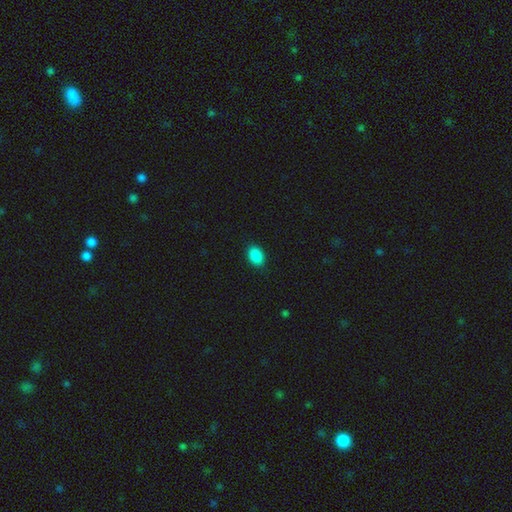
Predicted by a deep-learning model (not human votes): smooth-or-featured: smooth: 89% | star or artifact: 8% | featured or disk: 3%
  how-rounded: in between: 82% | round: 17% | cigar-shaped: 1%
  merging: none: 89% | minor disturbance: 8% | major disturbance: 2% | merger: 1%